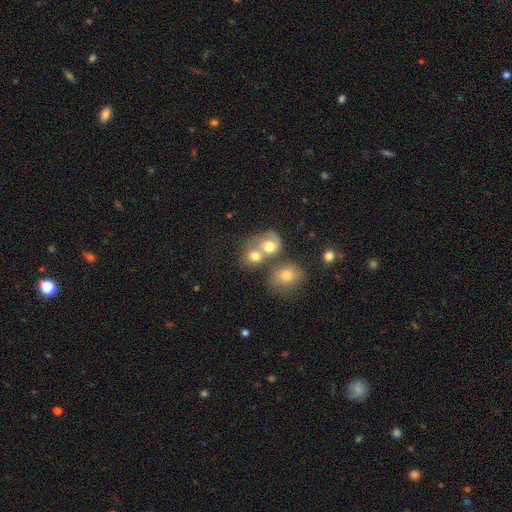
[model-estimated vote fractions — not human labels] This is likely a smooth galaxy (66%). How rounded: likely round (64%). Merging: possibly merger (60%).